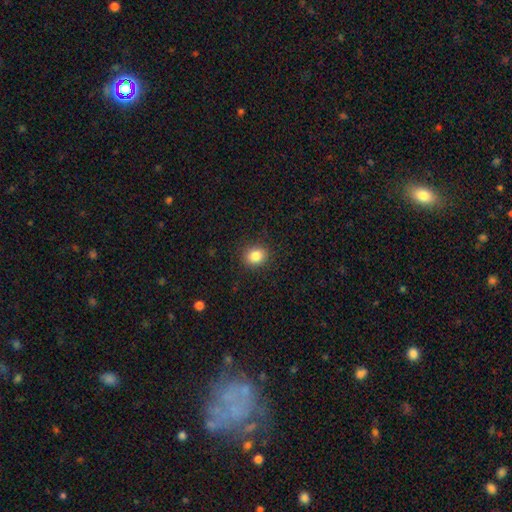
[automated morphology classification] smooth_or_featured: smooth (p=0.85) [alt: star or artifact p=0.10]
how_rounded: round (p=0.72) [alt: in between p=0.27]
merging: none (p=0.89) [alt: minor disturbance p=0.07]